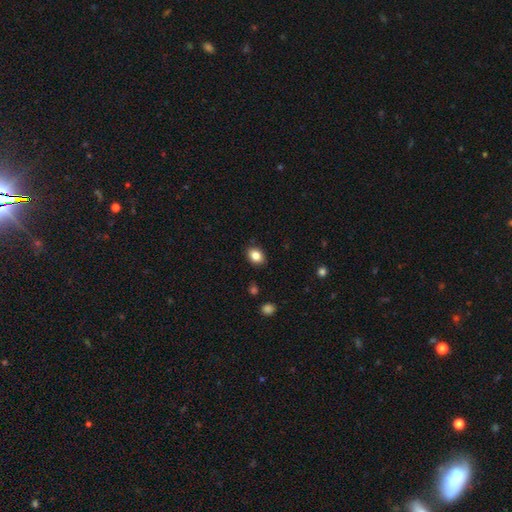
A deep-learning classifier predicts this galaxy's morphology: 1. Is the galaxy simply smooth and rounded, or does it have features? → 85% smooth, 9% star or artifact, 6% featured or disk.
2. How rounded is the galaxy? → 67% in between, 32% round, 1% cigar-shaped.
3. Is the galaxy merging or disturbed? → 88% none, 9% minor disturbance, 2% major disturbance, 1% merger.